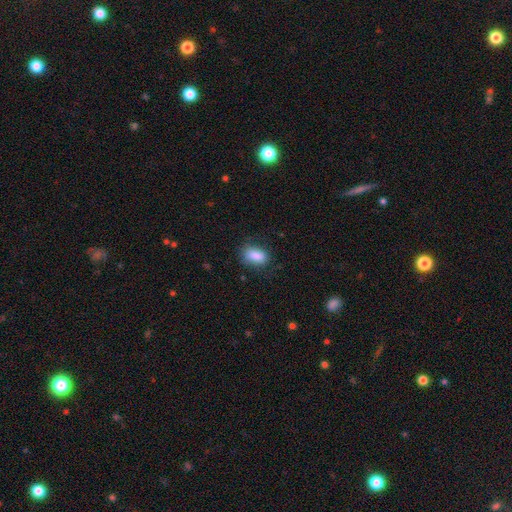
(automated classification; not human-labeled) This appears to be a smooth galaxy with no disk features (86%) that is in between round and cigar-shaped (86%). Merging: none (72%).